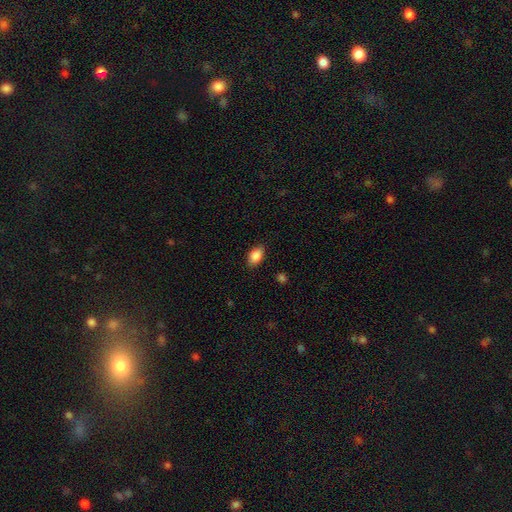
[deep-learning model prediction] The model was most divided on "merging": none: 84%, minor disturbance: 12%, major disturbance: 3%, merger: 1%. More confident: how rounded — in between (88%); smooth or featured — smooth (88%).